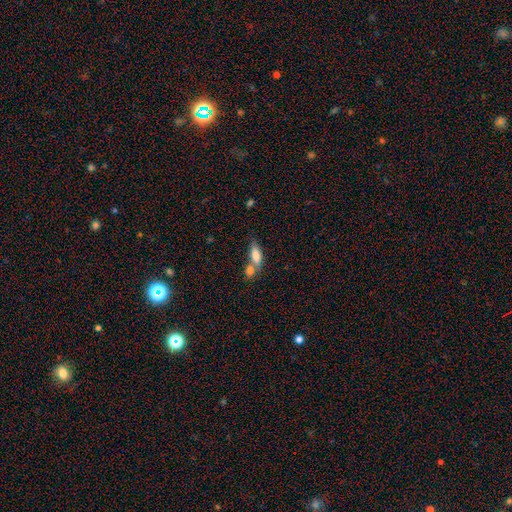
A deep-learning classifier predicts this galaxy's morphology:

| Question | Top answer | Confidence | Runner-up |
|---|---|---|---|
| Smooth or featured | smooth | 76% | featured or disk (17%) |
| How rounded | in between | 65% | cigar-shaped (31%) |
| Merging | merger | 46% | none (37%) |